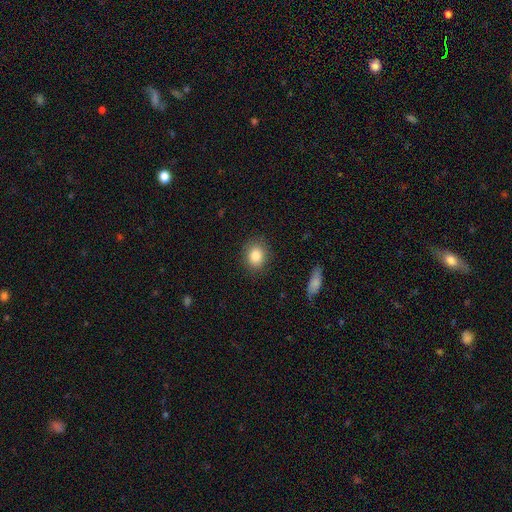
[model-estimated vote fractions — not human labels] Smooth or featured: smooth — 84% (star or artifact — 9%)
How rounded: round — 58% (in between — 41%)
Merging: none — 87% (minor disturbance — 9%)